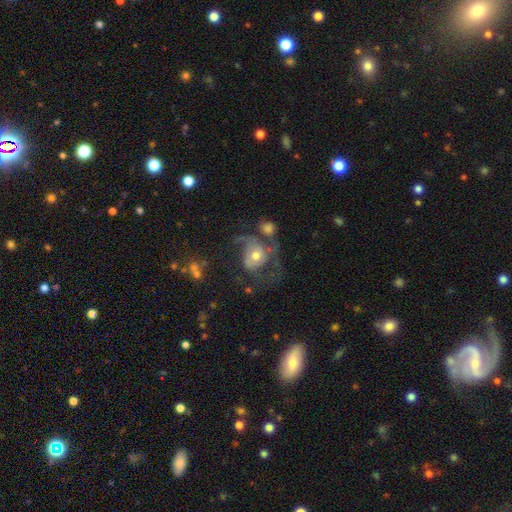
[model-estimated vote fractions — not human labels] smooth-or-featured: featured or disk: 58% | smooth: 33% | star or artifact: 9%
  disk-edge-on: no: 97% | yes: 3%
    bar: no: 77% | weak: 19% | strong: 4%
    has-spiral-arms: yes: 68% | no: 32%
    bulge-size: moderate: 66% | small: 23% | large: 8% | none: 2% | dominant: 2%
  merging: major disturbance: 41% | none: 24% | merger: 19% | minor disturbance: 16%